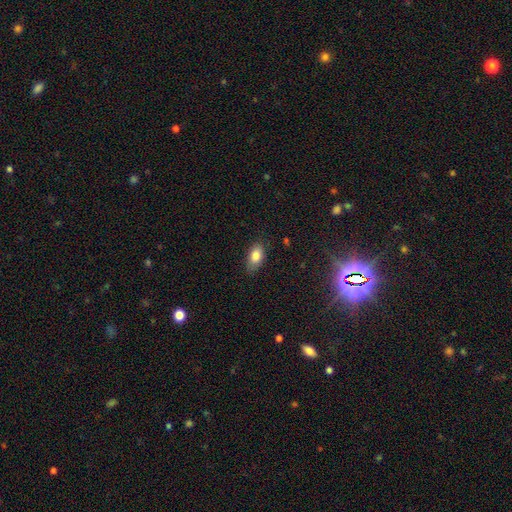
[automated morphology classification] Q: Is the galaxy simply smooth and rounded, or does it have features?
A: smooth — 82%.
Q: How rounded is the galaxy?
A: in between — 90%.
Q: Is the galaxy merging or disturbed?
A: none — 80%.